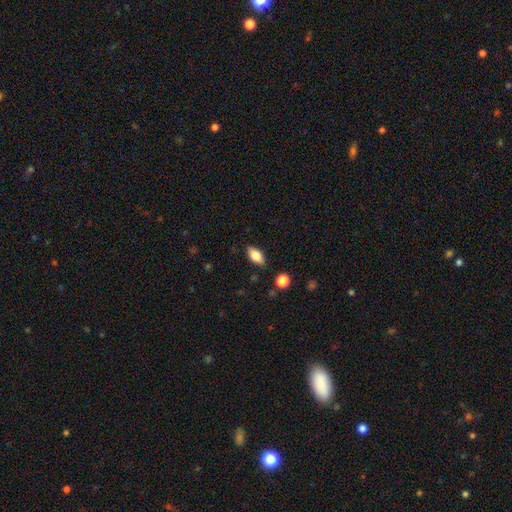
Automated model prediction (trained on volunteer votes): Smooth or featured?
  - smooth: 74% *
  - featured or disk: 19%
  - star or artifact: 8%
How rounded?
  - in between: 87% *
  - cigar-shaped: 9%
  - round: 5%
Merging?
  - none: 85% *
  - minor disturbance: 11%
  - major disturbance: 2%
  - merger: 2%